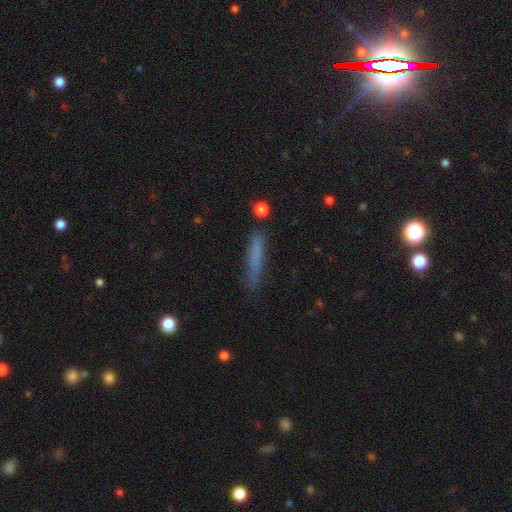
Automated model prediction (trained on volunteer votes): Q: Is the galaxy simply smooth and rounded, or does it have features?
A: smooth — 72%.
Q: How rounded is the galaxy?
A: cigar-shaped — 91%.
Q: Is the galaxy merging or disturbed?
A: none — 77%.